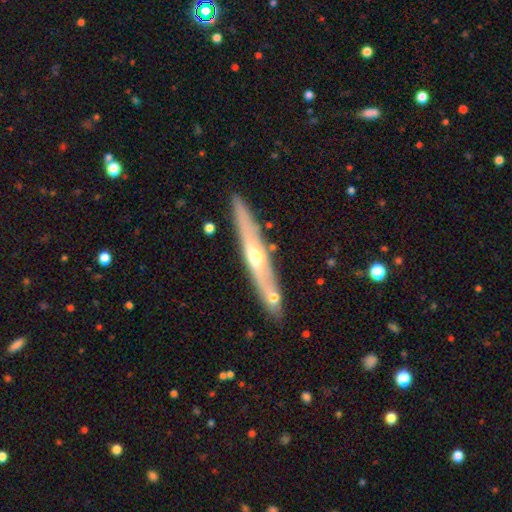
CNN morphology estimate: A featured or disk galaxy (64%) viewed edge-on (85%) with a rounded central bulge (82%).

Vote fractions:
- Smooth or featured? featured or disk: 64% / smooth: 31% / star or artifact: 6%
- Edge-on disk? yes: 85% / no: 15%
- Edge-on bulge? rounded: 82% / none: 15% / boxy: 3%
- Merging? none: 83% / minor disturbance: 10% / merger: 5% / major disturbance: 2%